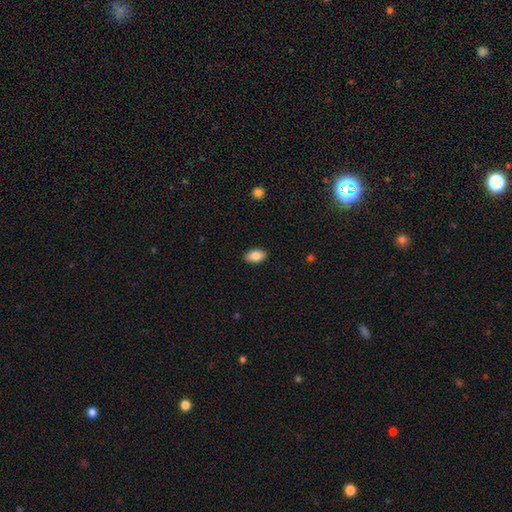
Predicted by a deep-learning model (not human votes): Smooth or featured? Predicted: smooth (p=0.84). How rounded? Predicted: in between (p=0.92). Merging? Predicted: none (p=0.89).